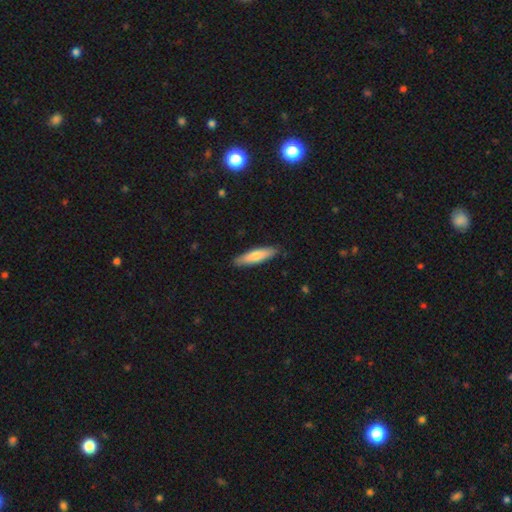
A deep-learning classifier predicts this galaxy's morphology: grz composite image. It shows a smooth galaxy with no disk features (72%) that is cigar-shaped (74%). Merging: none (88%).